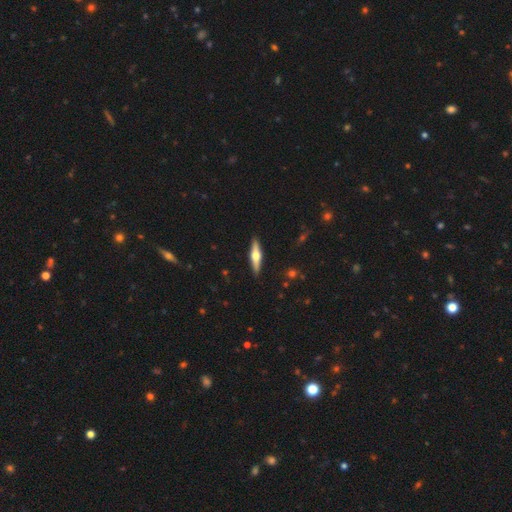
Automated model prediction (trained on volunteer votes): A featured or disk galaxy (64%) viewed edge-on (96%) with a rounded central bulge (95%). Merging: none (91%).